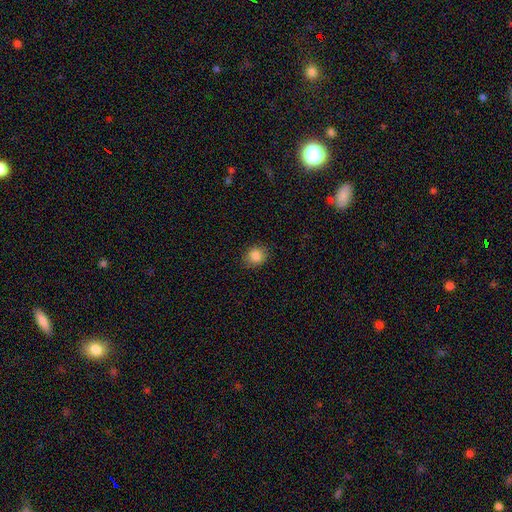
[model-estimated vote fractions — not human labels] The model was most divided on "how rounded": round: 67%, in between: 32%, cigar-shaped: 1%. More confident: smooth or featured — smooth (85%); merging — none (85%).